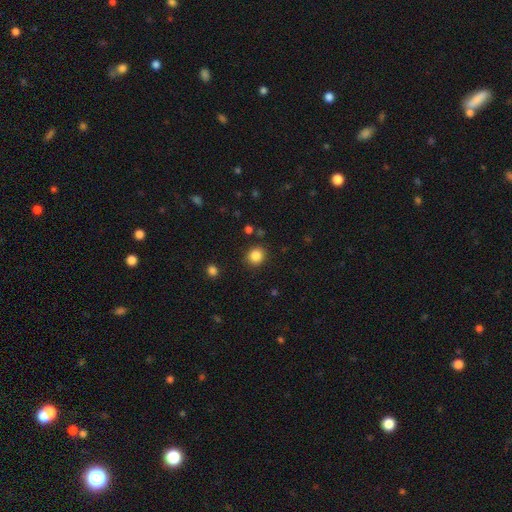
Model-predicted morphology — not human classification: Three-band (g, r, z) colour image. It shows a smooth galaxy with no disk features (85%) that is round (83%). Merging: none (88%).